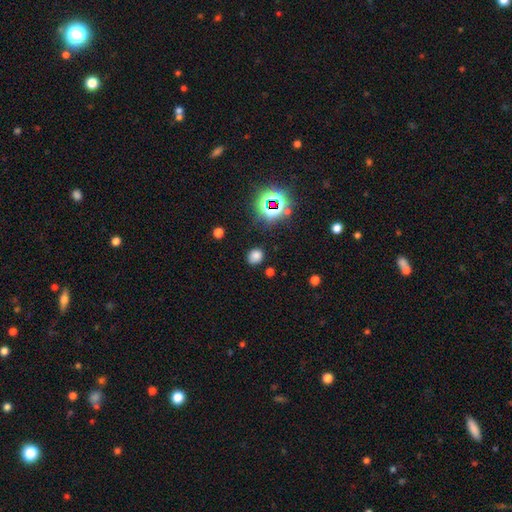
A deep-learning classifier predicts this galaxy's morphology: smooth-or-featured: smooth: 71% | star or artifact: 23% | featured or disk: 6%
  how-rounded: round: 65% | in between: 34% | cigar-shaped: 1%
  merging: none: 81% | minor disturbance: 13% | major disturbance: 4% | merger: 2%